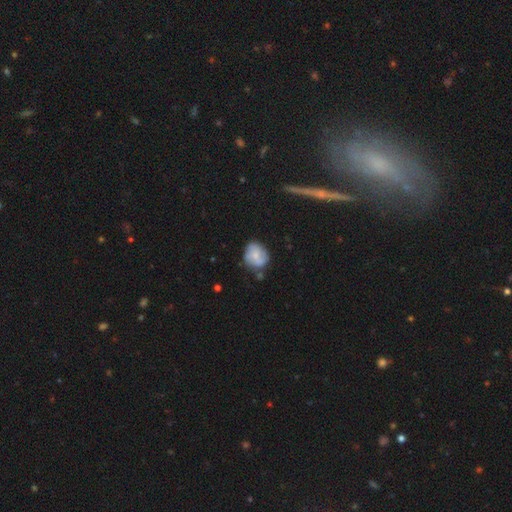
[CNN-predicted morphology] Smooth or featured? Predicted: smooth (p=0.49). Merging? Predicted: none (p=0.62).